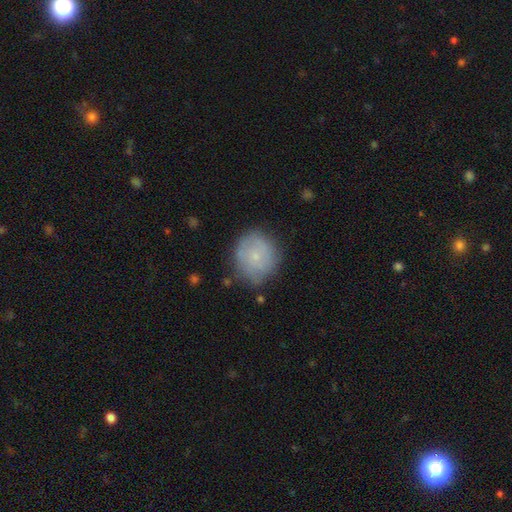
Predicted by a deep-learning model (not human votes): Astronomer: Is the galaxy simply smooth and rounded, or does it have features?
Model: smooth — 63%.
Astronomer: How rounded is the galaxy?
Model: round — 88%.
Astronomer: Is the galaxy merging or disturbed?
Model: none — 74%.